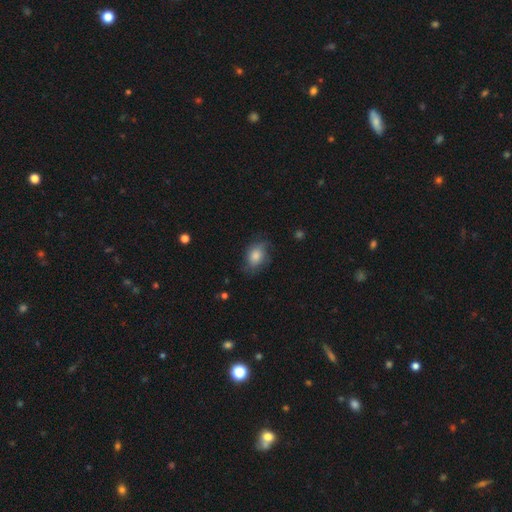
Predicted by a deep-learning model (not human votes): Q: Smooth or featured?
A: smooth (80%); runner-up: featured or disk (12%)
Q: How rounded?
A: in between (76%); runner-up: round (23%)
Q: Merging?
A: none (66%); runner-up: minor disturbance (25%)